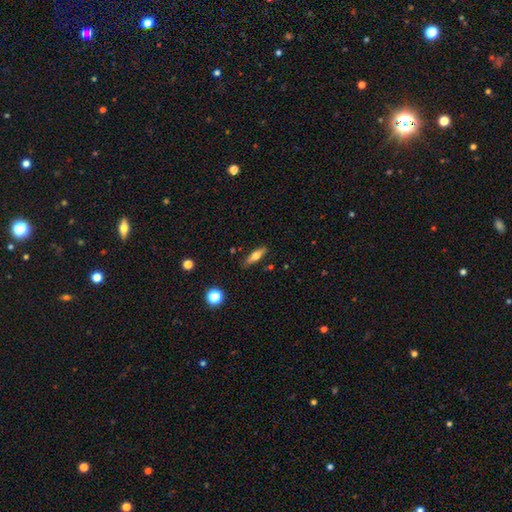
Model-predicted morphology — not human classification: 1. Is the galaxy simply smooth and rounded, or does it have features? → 64% smooth, 29% featured or disk, 8% star or artifact.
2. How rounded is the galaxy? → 54% cigar-shaped, 43% in between, 3% round.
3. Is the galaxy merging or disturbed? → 84% none, 11% minor disturbance, 2% major disturbance, 2% merger.